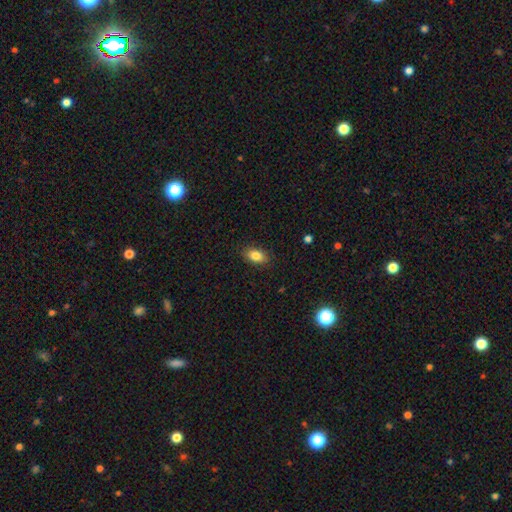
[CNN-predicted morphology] The model was most divided on "smooth or featured": smooth: 84%, star or artifact: 8%, featured or disk: 7%. More confident: how rounded — in between (88%); merging — none (87%).